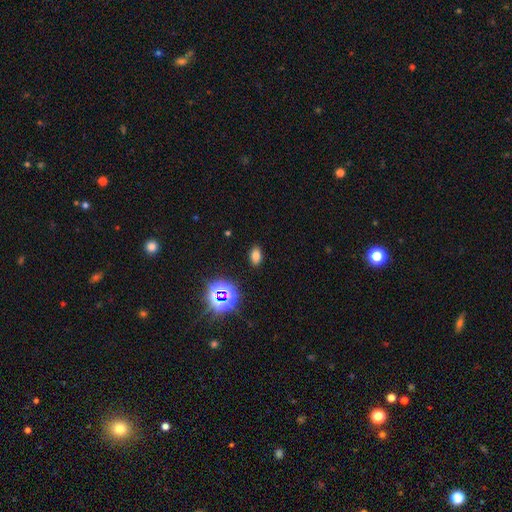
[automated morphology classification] smooth-or-featured: smooth: 69% | star or artifact: 23% | featured or disk: 7%
  how-rounded: in between: 86% | round: 12% | cigar-shaped: 2%
  merging: none: 88% | minor disturbance: 8% | major disturbance: 3% | merger: 1%